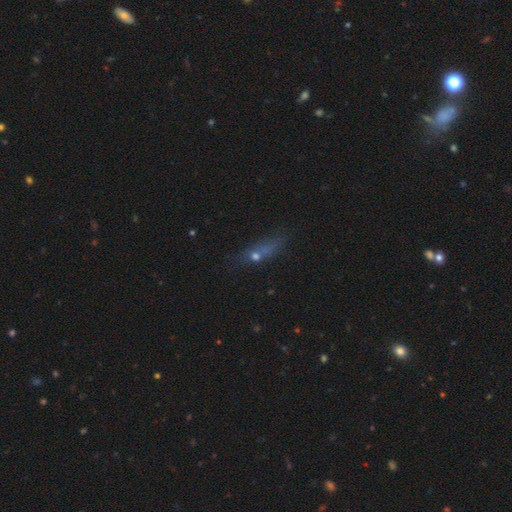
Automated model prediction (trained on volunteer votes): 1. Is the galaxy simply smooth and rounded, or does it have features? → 48% smooth, 27% star or artifact, 25% featured or disk.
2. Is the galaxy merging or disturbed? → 52% none, 22% minor disturbance, 16% major disturbance, 10% merger.